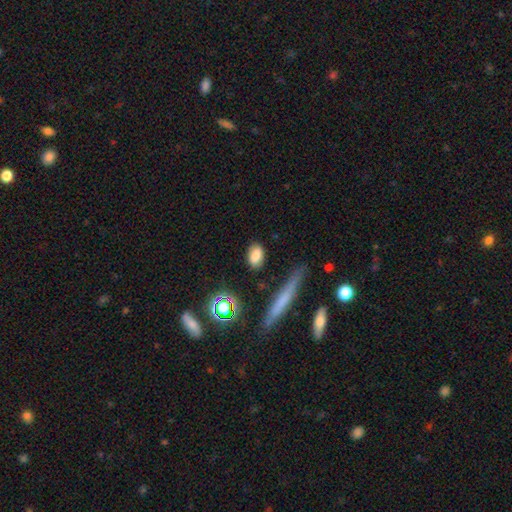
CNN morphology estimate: Q: Smooth or featured?
A: smooth (81%); runner-up: star or artifact (11%)
Q: How rounded?
A: in between (84%); runner-up: round (12%)
Q: Merging?
A: none (82%); runner-up: minor disturbance (12%)